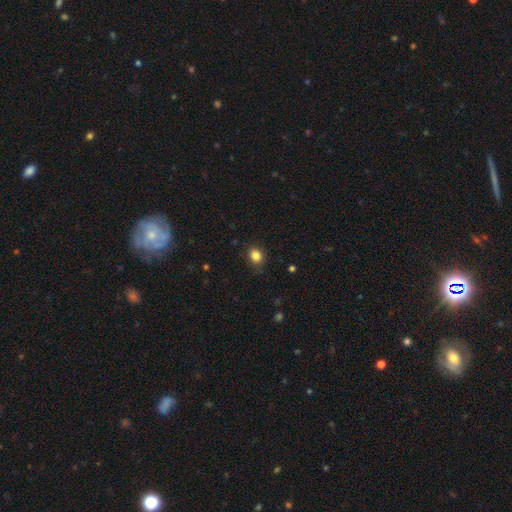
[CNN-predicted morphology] smooth-or-featured: smooth: 84% | star or artifact: 11% | featured or disk: 5%
  how-rounded: round: 62% | in between: 37% | cigar-shaped: 1%
  merging: none: 85% | minor disturbance: 11% | major disturbance: 3% | merger: 1%